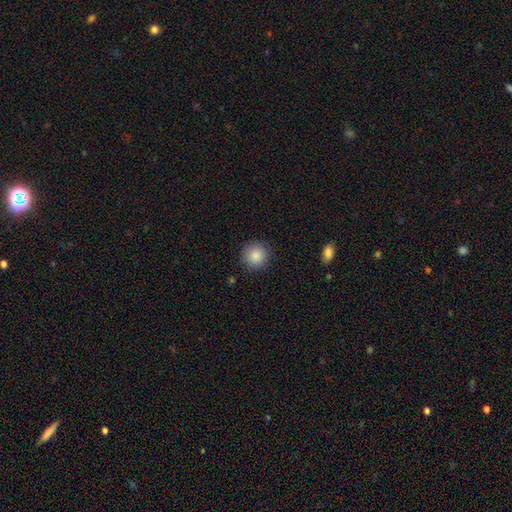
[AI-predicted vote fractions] smooth_or_featured: smooth (p=0.87) [alt: star or artifact p=0.09]
how_rounded: round (p=0.93) [alt: in between p=0.06]
merging: none (p=0.89) [alt: minor disturbance p=0.08]